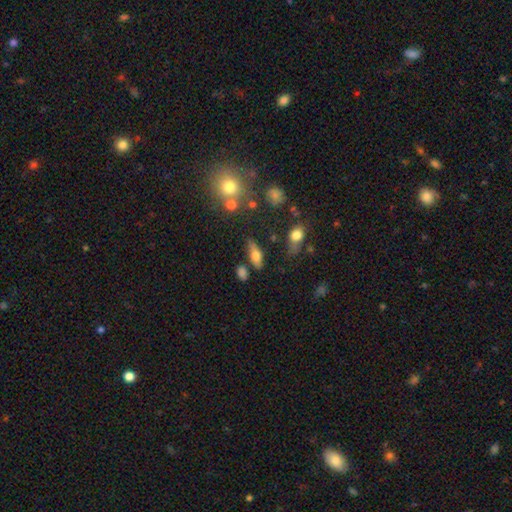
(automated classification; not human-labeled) smooth 58%, featured or disk 33%, star or artifact 9%. Down the decision tree: how rounded — in between (62%); merging — none (67%).